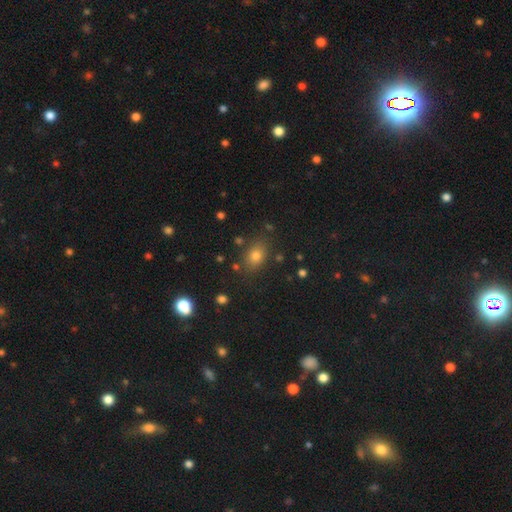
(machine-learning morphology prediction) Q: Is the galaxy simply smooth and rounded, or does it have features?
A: smooth — 74%.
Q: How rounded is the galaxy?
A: in between — 65%.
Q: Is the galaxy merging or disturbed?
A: none — 81%.